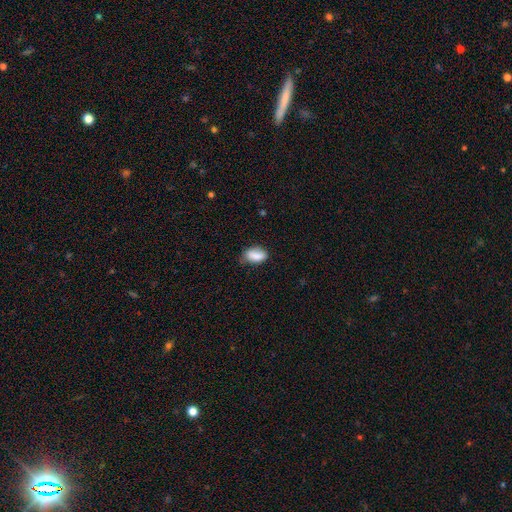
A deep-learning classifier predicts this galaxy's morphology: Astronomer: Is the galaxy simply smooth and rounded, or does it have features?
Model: smooth — 84%.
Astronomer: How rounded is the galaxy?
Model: in between — 88%.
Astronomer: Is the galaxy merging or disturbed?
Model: none — 62%.